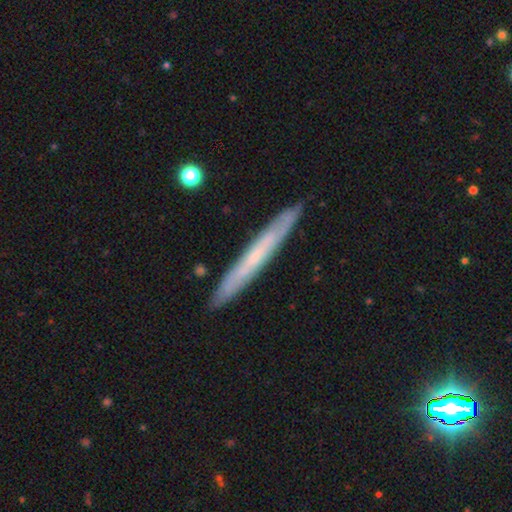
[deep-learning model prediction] smooth-or-featured: featured or disk: 54% | smooth: 39% | star or artifact: 7%
  disk-edge-on: yes: 86% | no: 14%
  merging: none: 89% | minor disturbance: 8% | major disturbance: 1% | merger: 1%